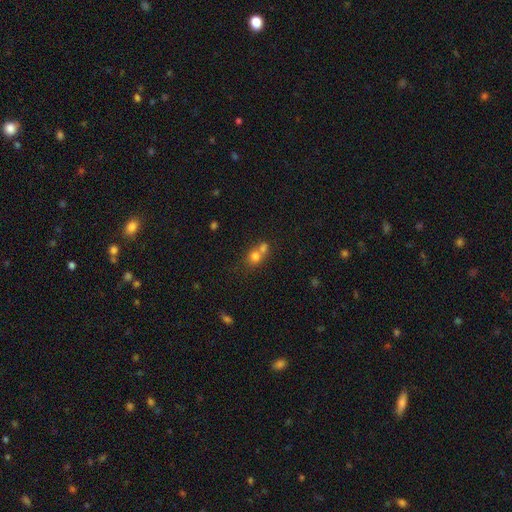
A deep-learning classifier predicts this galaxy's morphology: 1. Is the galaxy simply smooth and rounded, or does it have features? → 71% smooth, 15% star or artifact, 15% featured or disk.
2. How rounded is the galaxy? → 73% round, 25% in between, 2% cigar-shaped.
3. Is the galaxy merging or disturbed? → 56% merger, 34% none, 7% minor disturbance, 3% major disturbance.